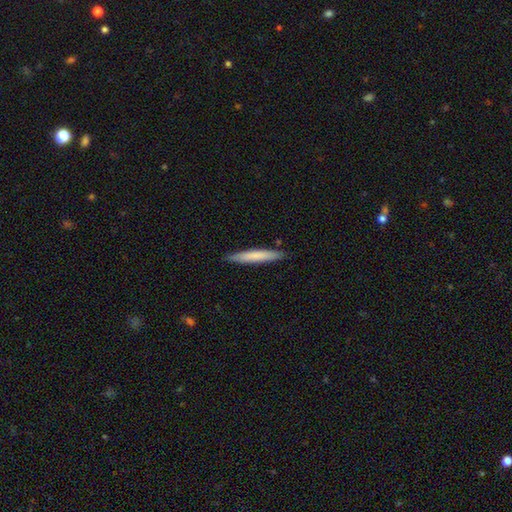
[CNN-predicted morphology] smooth 71%, featured or disk 23%, star or artifact 5%. Down the decision tree: how rounded — cigar-shaped (95%); merging — none (89%).